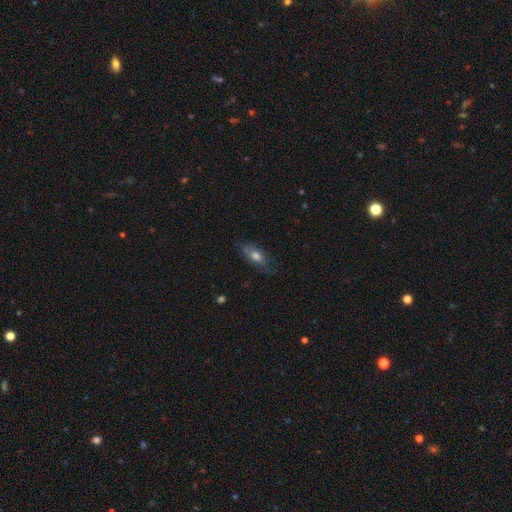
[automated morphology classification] A smooth galaxy with no disk features (59%) that is in between round and cigar-shaped (68%). Merging: none (71%).